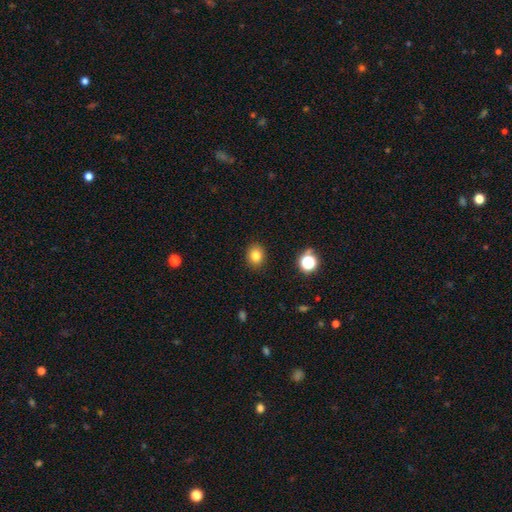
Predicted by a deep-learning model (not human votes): Morphology: type=smooth (80%); roundness=round (58%); merging=none (88%).